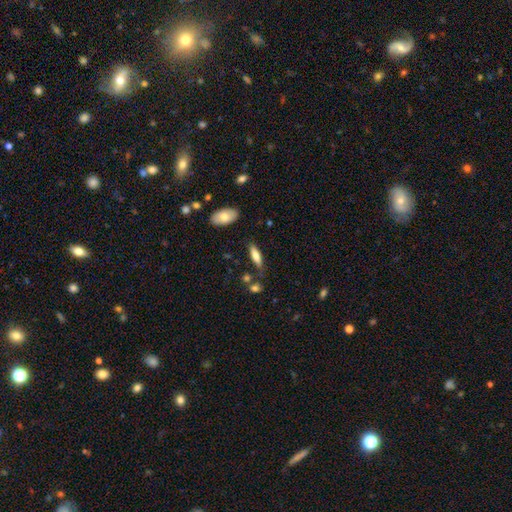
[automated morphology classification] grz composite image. It shows a smooth galaxy with no disk features (73%) that is cigar-shaped (52%). Merging: none (71%).